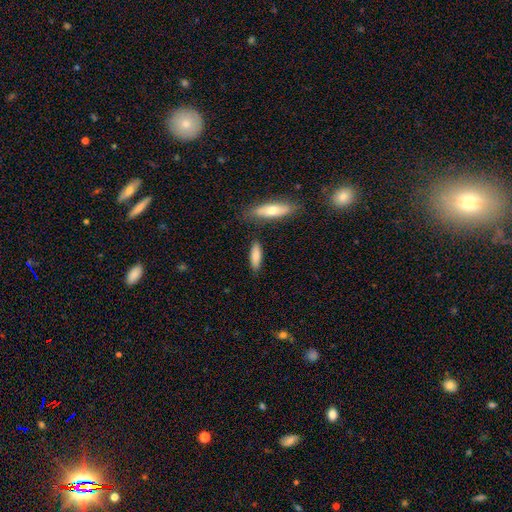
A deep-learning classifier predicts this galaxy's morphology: type=smooth (81%); roundness=cigar-shaped (50%); merging=none (79%).